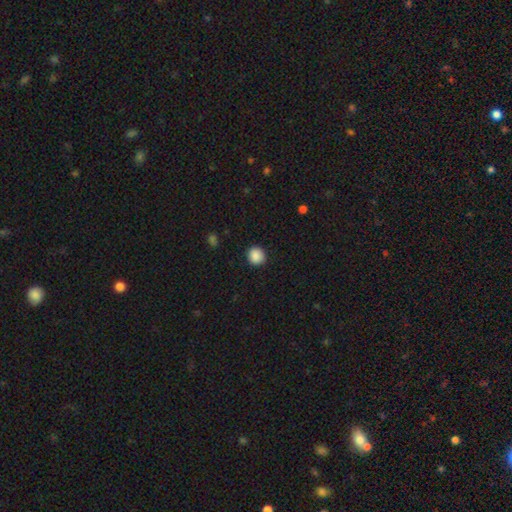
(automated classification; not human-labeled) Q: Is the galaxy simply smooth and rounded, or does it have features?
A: smooth — 88%.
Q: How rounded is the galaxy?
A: round — 87%.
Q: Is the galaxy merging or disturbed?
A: none — 90%.